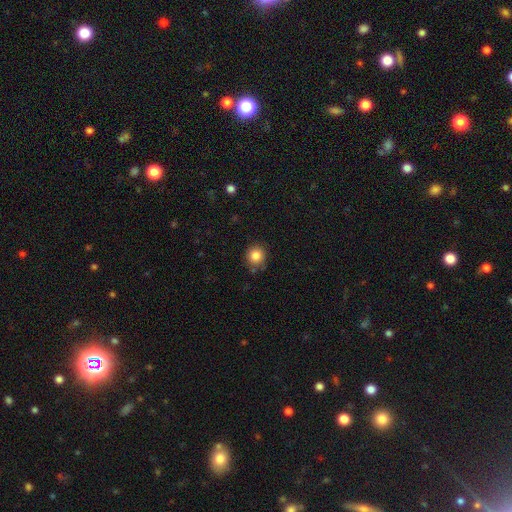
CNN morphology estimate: The model was most divided on "merging": none: 82%, minor disturbance: 13%, major disturbance: 3%, merger: 3%. More confident: how rounded — round (90%); smooth or featured — smooth (85%).